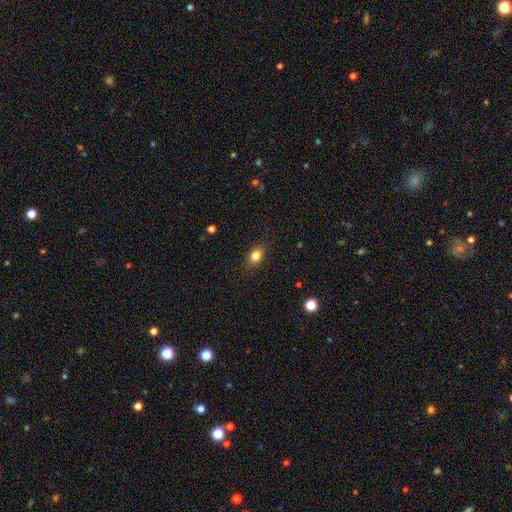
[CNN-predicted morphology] smooth_or_featured: smooth (p=0.82) [alt: star or artifact p=0.10]
how_rounded: in between (p=0.66) [alt: round p=0.32]
merging: none (p=0.85) [alt: minor disturbance p=0.11]